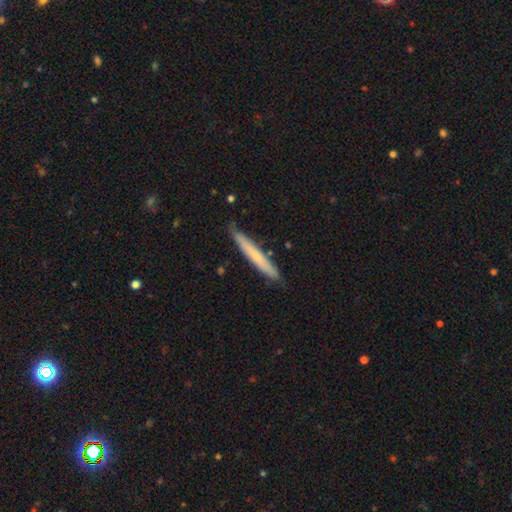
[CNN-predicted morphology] This is possibly a smooth galaxy (59%). How rounded: clearly cigar-shaped (96%). Merging: clearly none (82%).